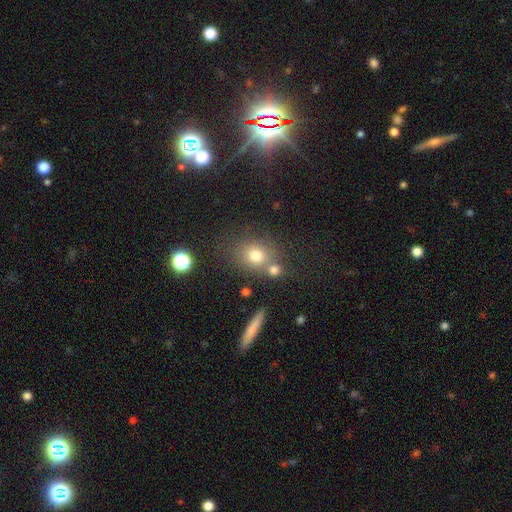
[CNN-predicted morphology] This appears to be a smooth galaxy with no disk features (75%) that is round (67%). Merging: none (59%).